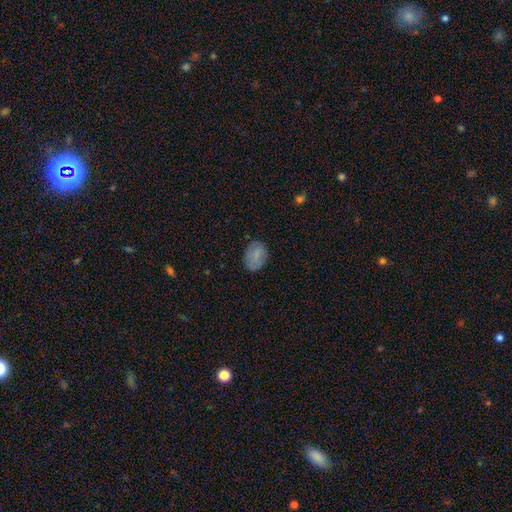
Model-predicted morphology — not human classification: Smooth or featured?
  - smooth: 78% *
  - featured or disk: 14%
  - star or artifact: 8%
How rounded?
  - in between: 73% *
  - round: 26%
  - cigar-shaped: 1%
Merging?
  - none: 79% *
  - minor disturbance: 16%
  - major disturbance: 4%
  - merger: 1%